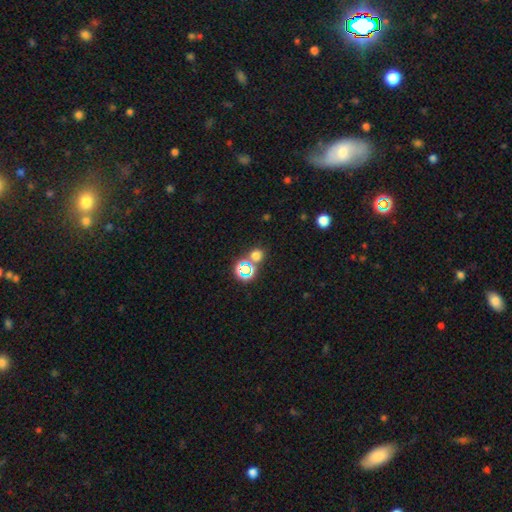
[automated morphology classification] Overall: smooth (61%; star or artifact 32%). How rounded: round (86%). Merging: none (72%).